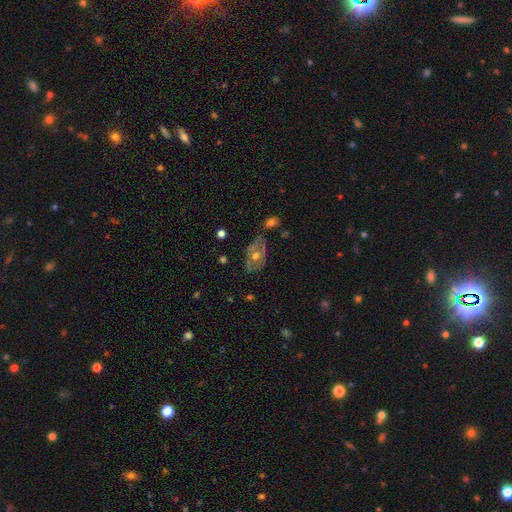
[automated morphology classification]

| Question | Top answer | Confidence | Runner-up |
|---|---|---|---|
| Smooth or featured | featured or disk | 61% | smooth (29%) |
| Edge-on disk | no | 90% | yes (10%) |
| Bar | no | 83% | weak (13%) |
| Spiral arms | no | 66% | yes (34%) |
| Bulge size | moderate | 70% | small (24%) |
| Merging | none | 62% | minor disturbance (24%) |